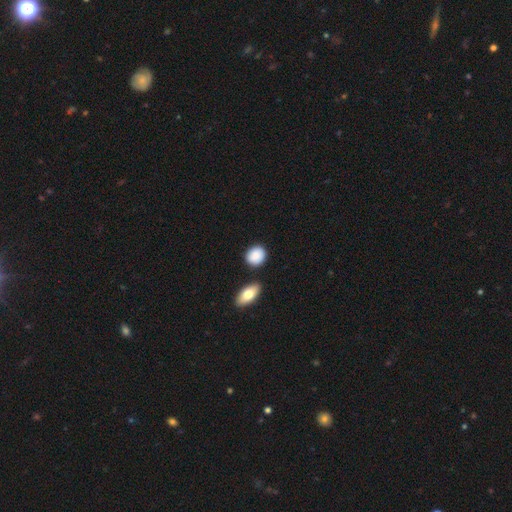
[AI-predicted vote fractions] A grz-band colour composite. It shows a smooth galaxy with no disk features (89%) that is round (62%). Merging: none (79%).